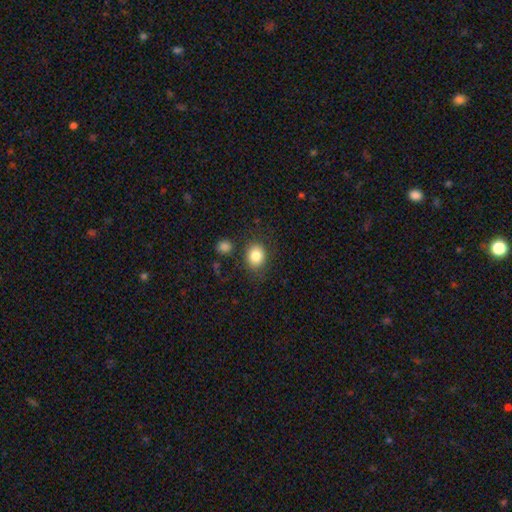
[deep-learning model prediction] Smooth or featured? Predicted: smooth (p=0.84). How rounded? Predicted: round (p=0.59). Merging? Predicted: none (p=0.81).